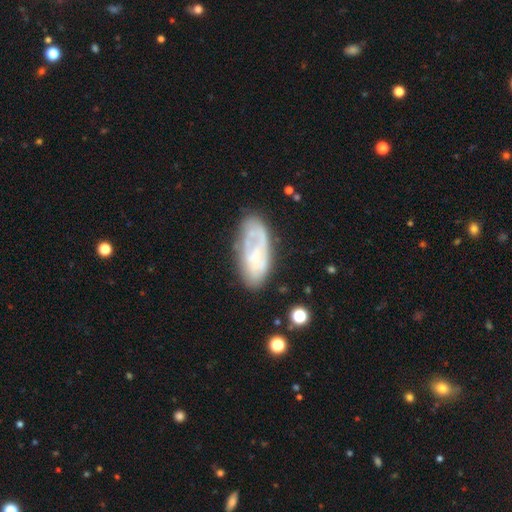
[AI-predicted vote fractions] featured or disk 51%, smooth 42%, star or artifact 8%. Down the decision tree: edge-on disk — no (89%); merging — none (61%).